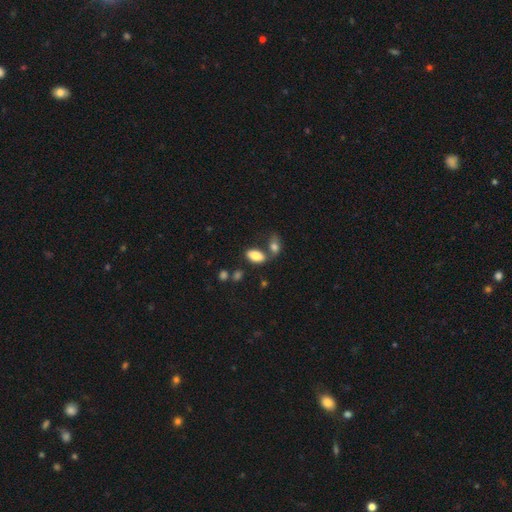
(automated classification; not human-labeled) Smooth or featured: smooth — 84% (featured or disk — 9%)
How rounded: in between — 92% (round — 4%)
Merging: none — 57% (merger — 26%)